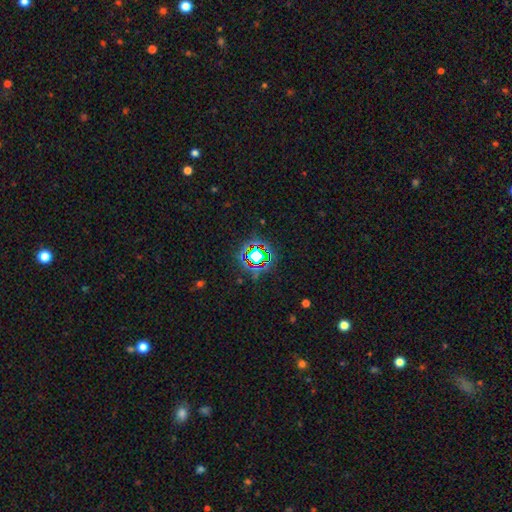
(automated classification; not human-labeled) This appears to be a star or artifact, not a galaxy (68%).